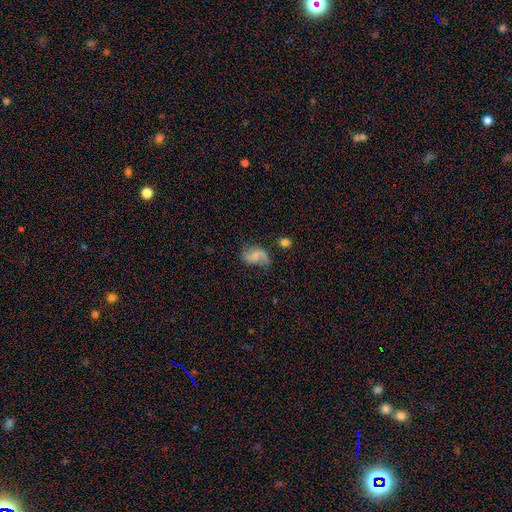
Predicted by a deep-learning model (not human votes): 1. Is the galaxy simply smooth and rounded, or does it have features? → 46% featured or disk, 44% smooth, 10% star or artifact.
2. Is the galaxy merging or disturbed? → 44% none, 31% minor disturbance, 21% major disturbance, 4% merger.